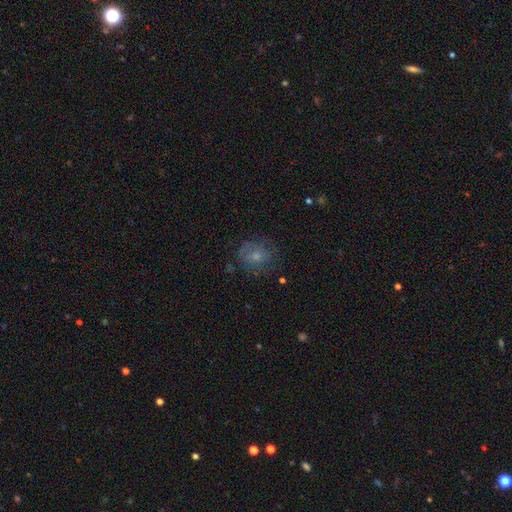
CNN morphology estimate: Q: Smooth or featured?
A: smooth (52%); runner-up: featured or disk (36%)
Q: How rounded?
A: round (71%); runner-up: in between (28%)
Q: Merging?
A: none (65%); runner-up: minor disturbance (21%)